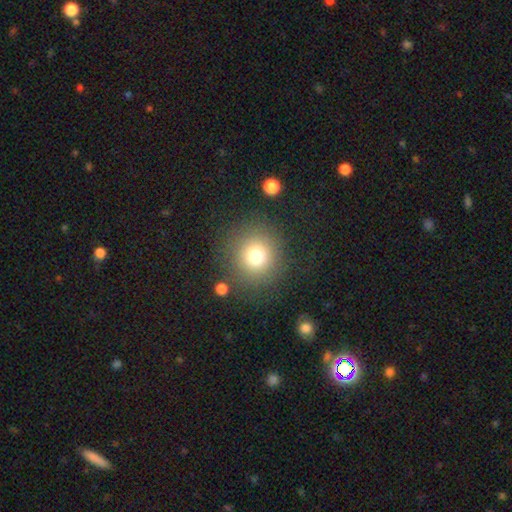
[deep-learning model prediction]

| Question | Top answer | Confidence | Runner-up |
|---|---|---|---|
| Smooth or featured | smooth | 75% | star or artifact (15%) |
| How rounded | round | 93% | in between (6%) |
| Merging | none | 85% | minor disturbance (8%) |